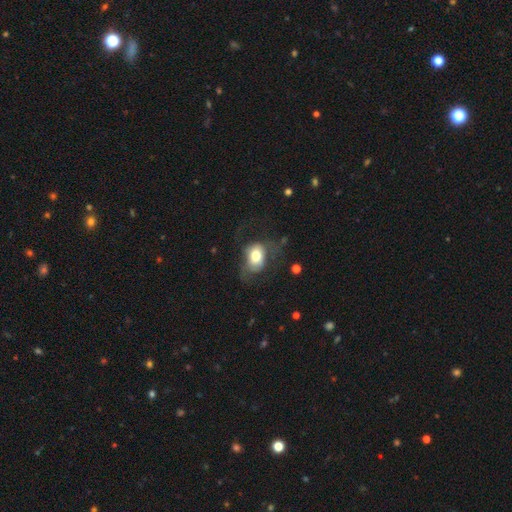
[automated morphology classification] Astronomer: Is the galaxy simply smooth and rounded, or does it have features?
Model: smooth — 65%.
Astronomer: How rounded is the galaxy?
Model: in between — 63%.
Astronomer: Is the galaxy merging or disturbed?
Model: none — 39% (runner-up: major disturbance, 37%).